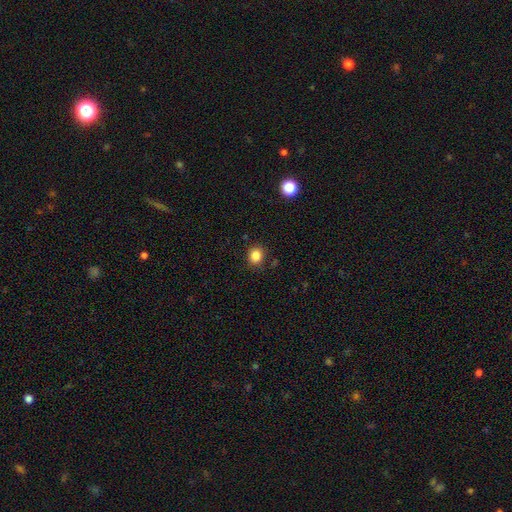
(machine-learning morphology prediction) Q: Smooth or featured?
A: smooth (84%); runner-up: star or artifact (11%)
Q: How rounded?
A: round (72%); runner-up: in between (27%)
Q: Merging?
A: none (85%); runner-up: minor disturbance (10%)